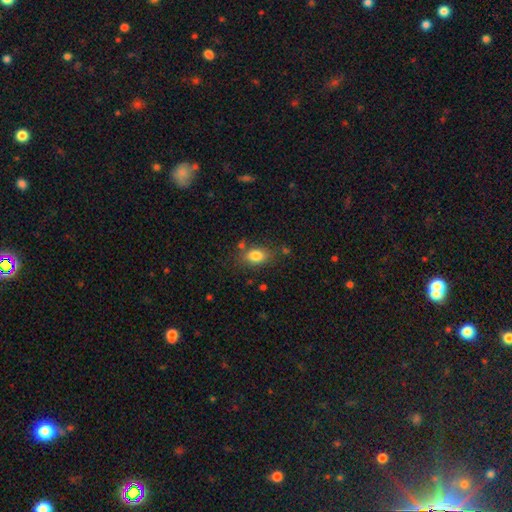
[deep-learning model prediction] Smooth or featured: smooth — 83% (star or artifact — 9%)
How rounded: in between — 81% (round — 17%)
Merging: none — 74% (minor disturbance — 15%)